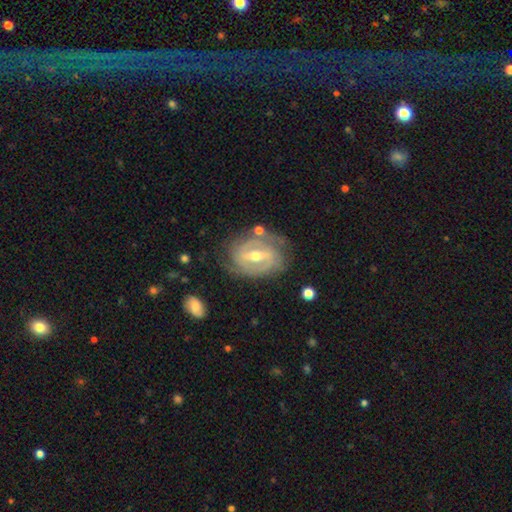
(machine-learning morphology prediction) featured or disk 87%, smooth 8%, star or artifact 5%. Down the decision tree: edge-on disk — no (96%); bar — strong (51%); spiral arms — yes (93%); spiral arm count — 2 (64%); spiral winding — tight (62%); bulge size — moderate (69%); merging — none (74%).